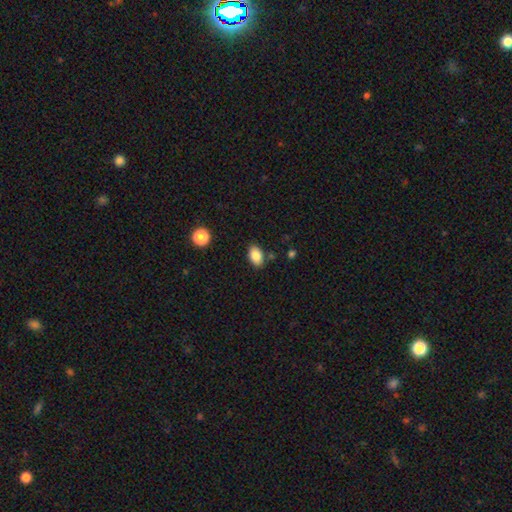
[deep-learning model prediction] Q: Smooth or featured?
A: smooth (85%); runner-up: star or artifact (8%)
Q: How rounded?
A: in between (88%); runner-up: round (11%)
Q: Merging?
A: none (84%); runner-up: minor disturbance (11%)